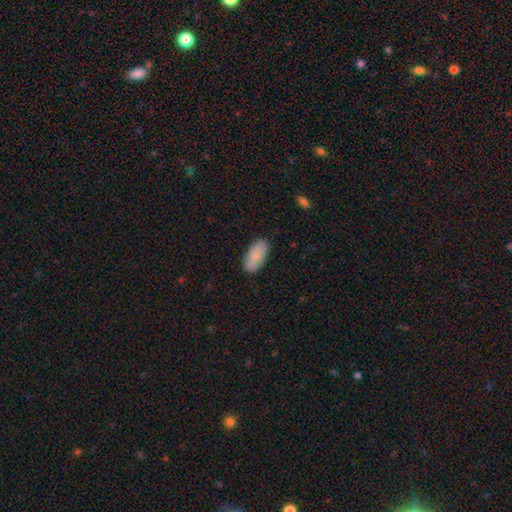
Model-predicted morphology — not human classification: A smooth galaxy with no disk features (82%) that is in between round and cigar-shaped (93%).

Vote fractions:
- Smooth or featured? smooth: 82% / featured or disk: 12% / star or artifact: 6%
- How rounded? in between: 93% / cigar-shaped: 5% / round: 2%
- Merging? none: 85% / minor disturbance: 12% / major disturbance: 2% / merger: 1%